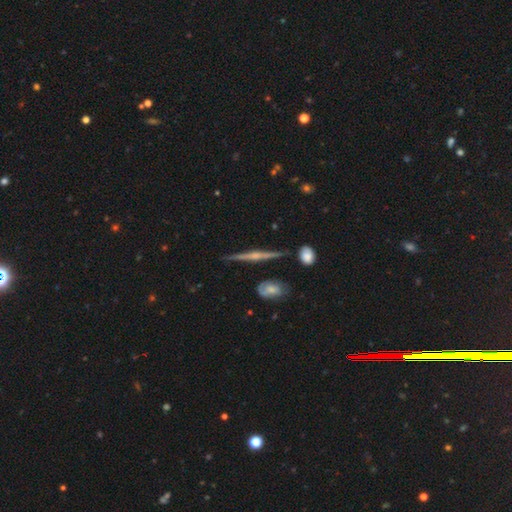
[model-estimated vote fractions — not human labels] Smooth or featured? featured or disk (78%)
Edge-on disk? yes (97%)
Edge-on bulge? rounded (76%)
Merging? none (85%)